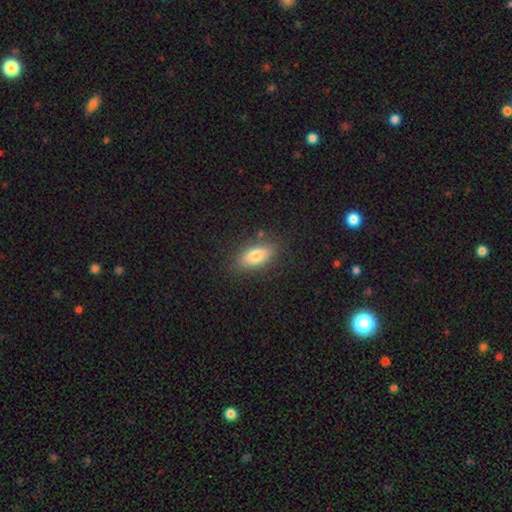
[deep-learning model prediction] Morphology: type=smooth (76%); roundness=in between (80%); merging=none (84%).